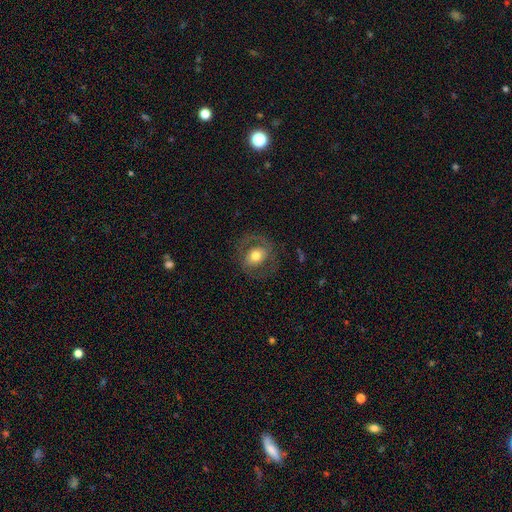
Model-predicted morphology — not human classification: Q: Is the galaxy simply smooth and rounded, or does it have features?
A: featured or disk — 52%.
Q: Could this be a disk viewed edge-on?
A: no — 95%.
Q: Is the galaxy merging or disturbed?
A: none — 71%.